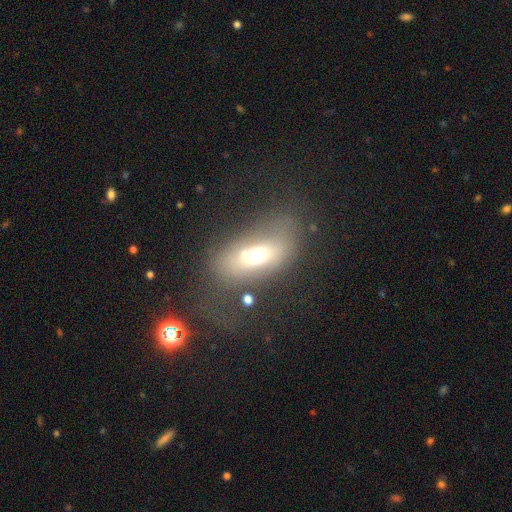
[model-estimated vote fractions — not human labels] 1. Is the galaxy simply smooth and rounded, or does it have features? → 56% smooth, 30% featured or disk, 13% star or artifact.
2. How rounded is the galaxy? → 81% in between, 12% round, 7% cigar-shaped.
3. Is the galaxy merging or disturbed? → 46% none, 24% major disturbance, 19% minor disturbance, 11% merger.